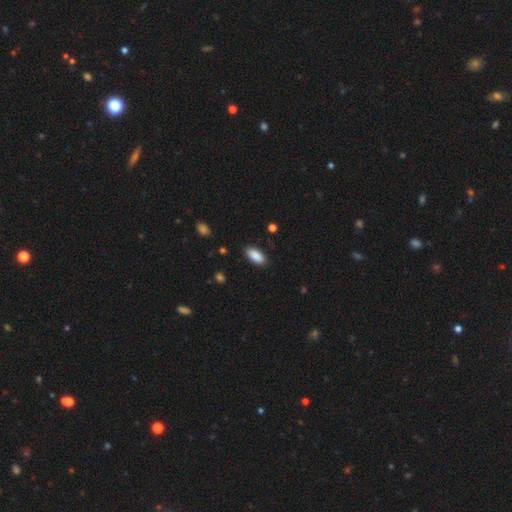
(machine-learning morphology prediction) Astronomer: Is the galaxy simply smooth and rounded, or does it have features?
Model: smooth — 89%.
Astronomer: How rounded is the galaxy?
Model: in between — 89%.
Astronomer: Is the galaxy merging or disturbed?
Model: none — 86%.